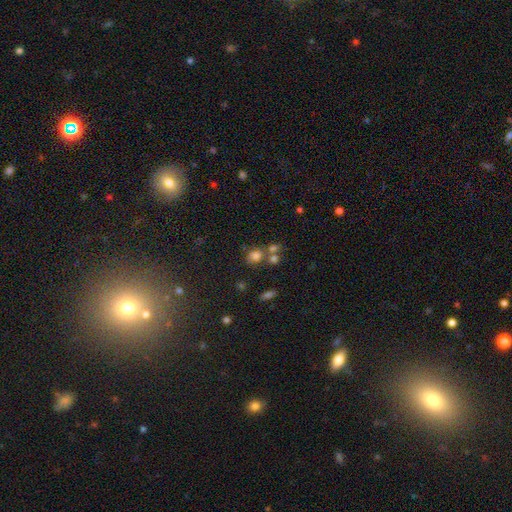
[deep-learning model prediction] smooth-or-featured: smooth: 73% | star or artifact: 17% | featured or disk: 9%
  how-rounded: round: 61% | in between: 38% | cigar-shaped: 1%
  merging: none: 50% | merger: 33% | minor disturbance: 12% | major disturbance: 6%